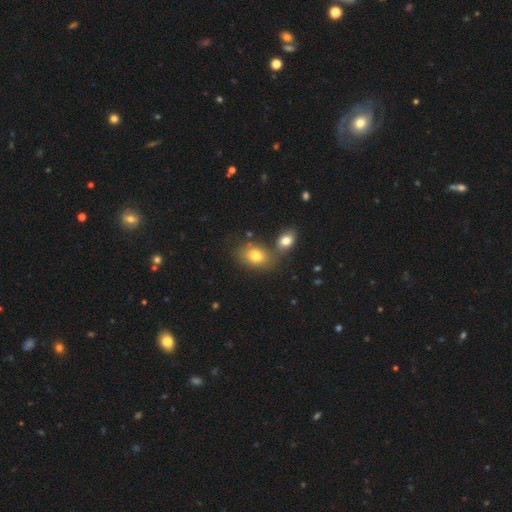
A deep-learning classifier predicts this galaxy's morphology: Q: Smooth or featured?
A: smooth (77%); runner-up: featured or disk (12%)
Q: How rounded?
A: in between (68%); runner-up: round (30%)
Q: Merging?
A: none (47%); runner-up: merger (37%)